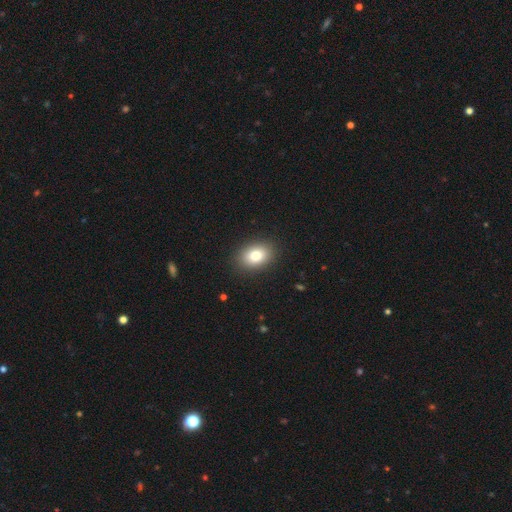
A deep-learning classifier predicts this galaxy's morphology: This appears to be a smooth galaxy with no disk features (80%) that is in between round and cigar-shaped (72%). Merging: none (89%).